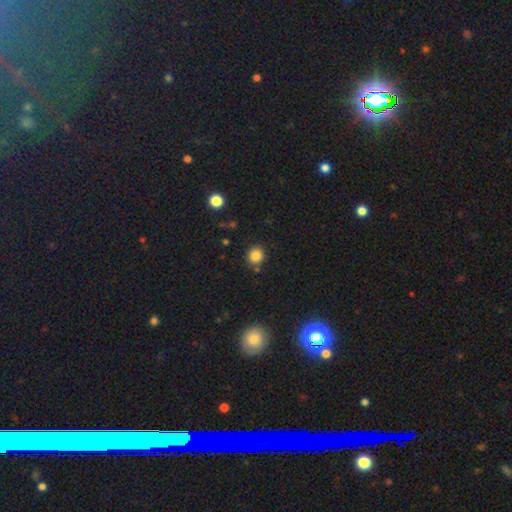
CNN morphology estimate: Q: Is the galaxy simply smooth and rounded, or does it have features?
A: smooth — 84%.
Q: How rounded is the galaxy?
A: round — 88%.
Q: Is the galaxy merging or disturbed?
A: none — 85%.